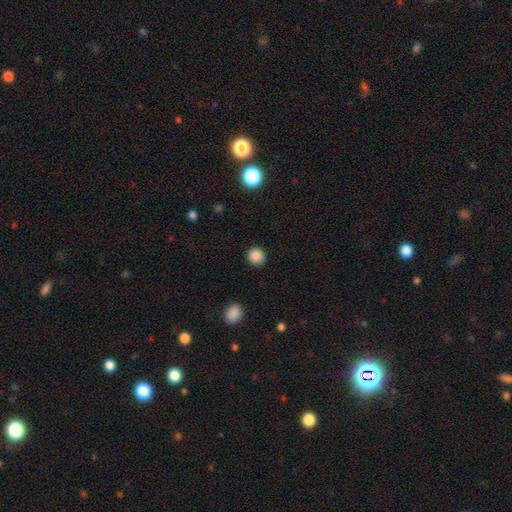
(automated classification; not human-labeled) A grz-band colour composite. It shows a smooth galaxy with no disk features (87%) that is round (89%). Merging: none (91%).